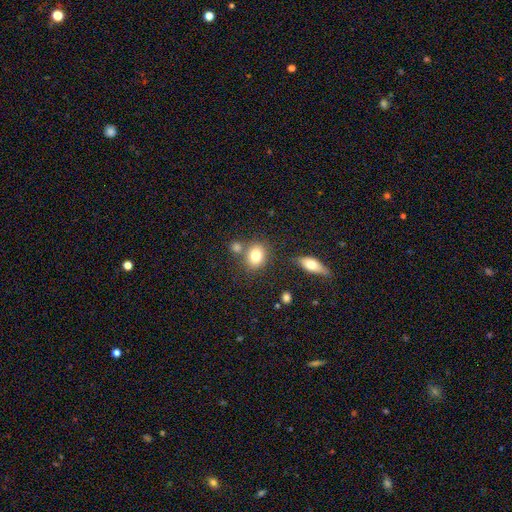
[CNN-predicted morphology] type=smooth (80%); roundness=in between (55%); merging=none (64%).